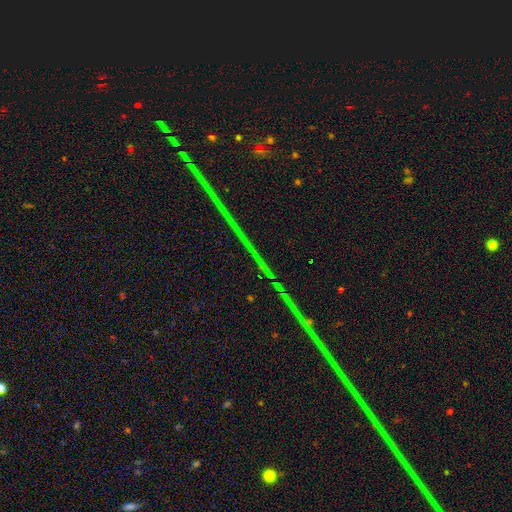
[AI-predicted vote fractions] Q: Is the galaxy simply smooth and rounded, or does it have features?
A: star or artifact — 83%.